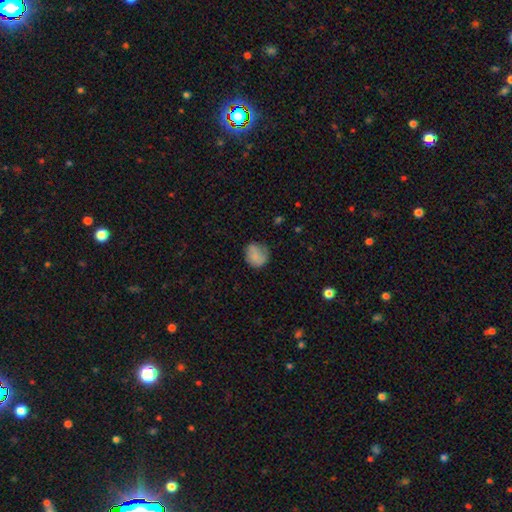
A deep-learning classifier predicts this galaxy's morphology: Q: Smooth or featured?
A: smooth (78%); runner-up: featured or disk (13%)
Q: How rounded?
A: round (75%); runner-up: in between (24%)
Q: Merging?
A: none (64%); runner-up: minor disturbance (26%)